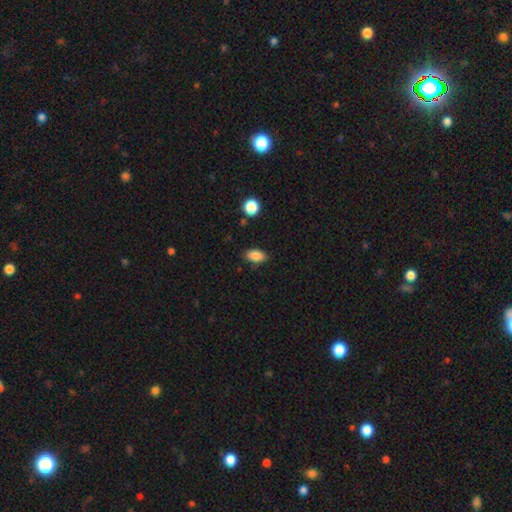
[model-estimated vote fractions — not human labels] smooth_or_featured: smooth (p=0.86) [alt: star or artifact p=0.09]
how_rounded: in between (p=0.89) [alt: round p=0.07]
merging: none (p=0.83) [alt: minor disturbance p=0.12]